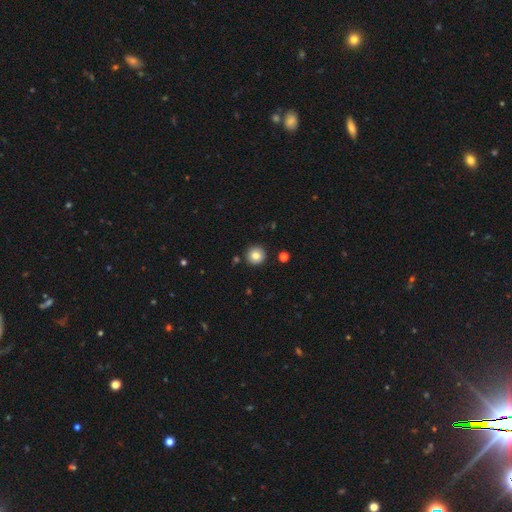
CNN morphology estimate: smooth 83%, star or artifact 10%, featured or disk 7%. Down the decision tree: how rounded — round (95%); merging — none (90%).